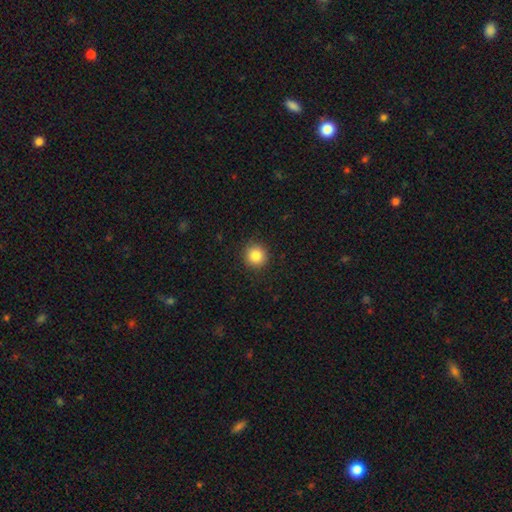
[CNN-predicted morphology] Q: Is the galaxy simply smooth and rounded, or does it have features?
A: smooth — 85%.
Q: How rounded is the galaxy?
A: round — 94%.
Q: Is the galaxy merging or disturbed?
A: none — 91%.